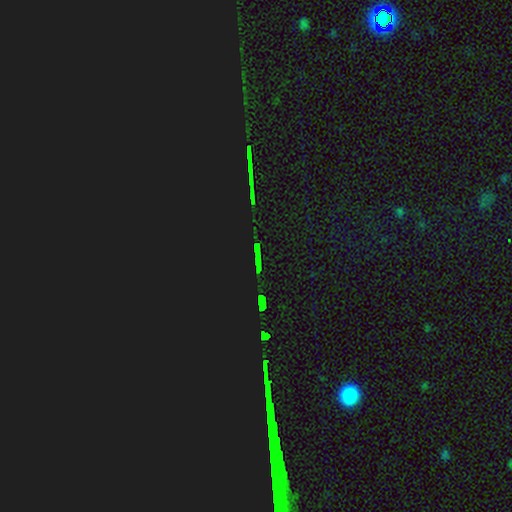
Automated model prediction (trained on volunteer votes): A star or artifact, not a galaxy (82%).